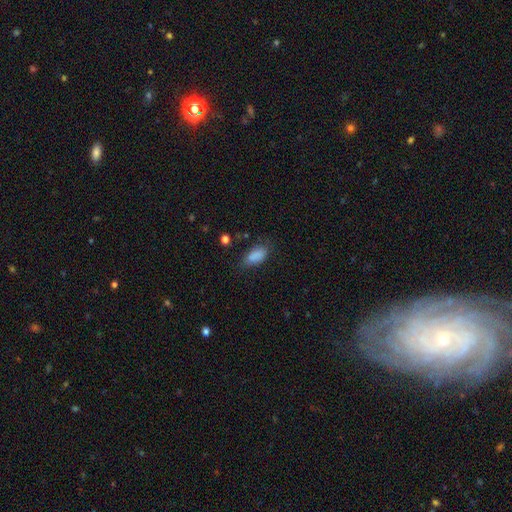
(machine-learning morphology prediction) This appears to be a smooth galaxy with no disk features (86%) that is in between round and cigar-shaped (88%). Merging: none (69%).